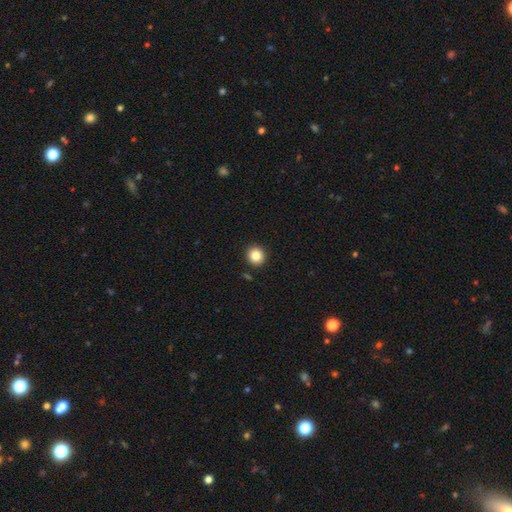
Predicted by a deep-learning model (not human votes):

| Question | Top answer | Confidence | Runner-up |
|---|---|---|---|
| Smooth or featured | smooth | 85% | star or artifact (10%) |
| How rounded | round | 92% | in between (7%) |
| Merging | none | 91% | minor disturbance (5%) |